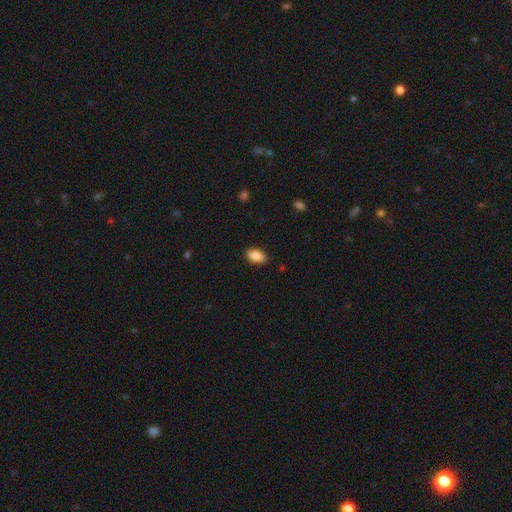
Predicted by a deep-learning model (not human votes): The model was most divided on "merging": none: 86%, minor disturbance: 10%, major disturbance: 2%, merger: 1%. More confident: how rounded — in between (92%); smooth or featured — smooth (87%).